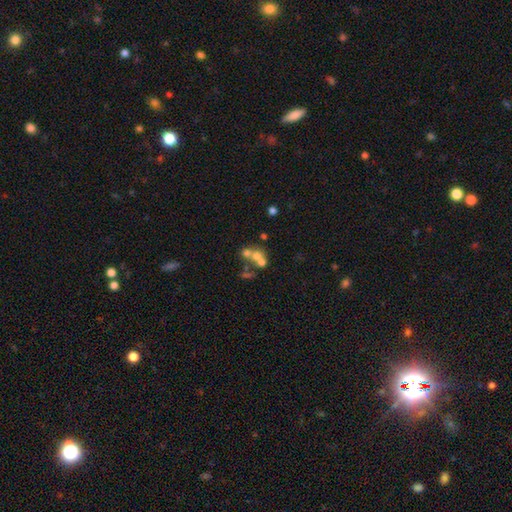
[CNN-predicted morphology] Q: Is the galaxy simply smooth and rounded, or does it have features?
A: smooth — 51%.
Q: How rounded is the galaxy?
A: round — 71%.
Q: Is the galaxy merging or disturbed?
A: merger — 58%.